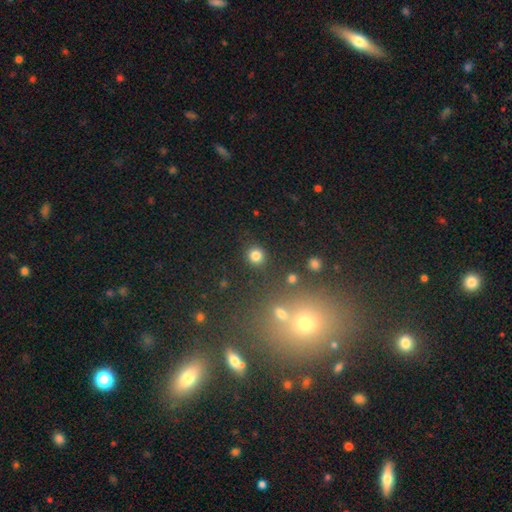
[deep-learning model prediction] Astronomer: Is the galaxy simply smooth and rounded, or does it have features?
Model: smooth — 81%.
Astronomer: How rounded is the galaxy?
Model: round — 91%.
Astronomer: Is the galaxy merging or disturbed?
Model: none — 88%.